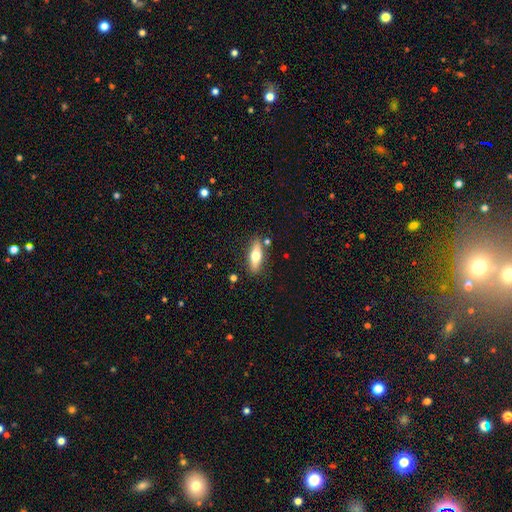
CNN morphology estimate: This is possibly a smooth galaxy (52%). How rounded: possibly in between (49%). Merging: clearly none (83%).